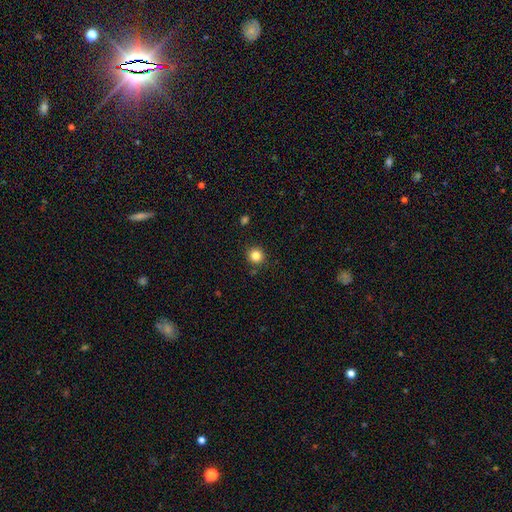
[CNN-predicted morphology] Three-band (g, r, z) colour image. It shows a smooth galaxy with no disk features (82%) that is round (91%). Merging: none (88%).